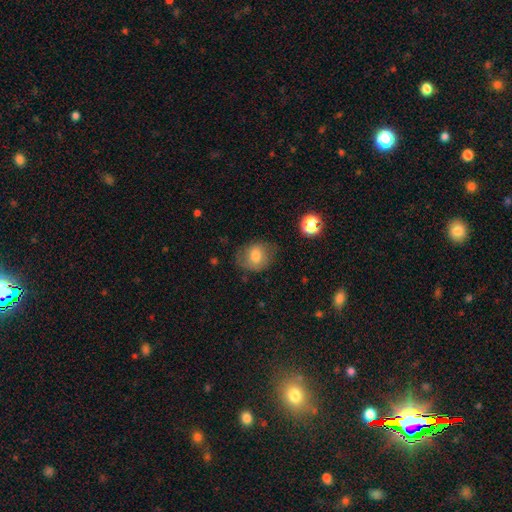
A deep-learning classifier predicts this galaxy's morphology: Overall: smooth (69%). How rounded: round (62%; in between 37%). Merging: none (64%).